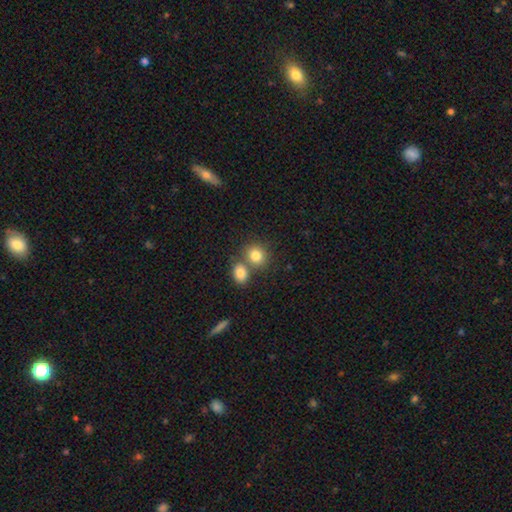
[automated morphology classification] Smooth or featured?
  - smooth: 82% *
  - star or artifact: 10%
  - featured or disk: 8%
How rounded?
  - round: 74% *
  - in between: 25%
  - cigar-shaped: 1%
Merging?
  - none: 52% *
  - merger: 37%
  - minor disturbance: 8%
  - major disturbance: 3%